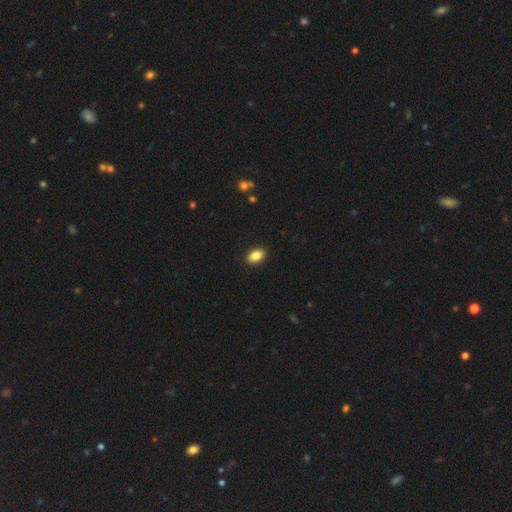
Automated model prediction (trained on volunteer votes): Smooth or featured? smooth (86%)
How rounded? in between (88%)
Merging? none (90%)